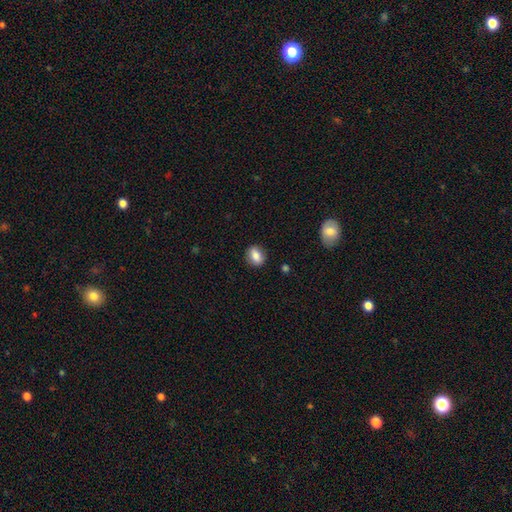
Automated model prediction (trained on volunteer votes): Smooth or featured?
  - smooth: 81% *
  - featured or disk: 11%
  - star or artifact: 8%
How rounded?
  - in between: 60% *
  - round: 37%
  - cigar-shaped: 2%
Merging?
  - none: 87% *
  - minor disturbance: 9%
  - major disturbance: 2%
  - merger: 1%